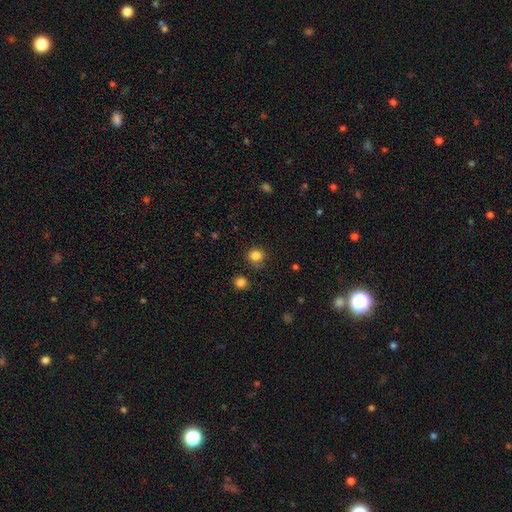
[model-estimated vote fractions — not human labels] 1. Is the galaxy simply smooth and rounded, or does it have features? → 83% smooth, 12% star or artifact, 4% featured or disk.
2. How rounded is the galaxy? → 83% round, 16% in between, 1% cigar-shaped.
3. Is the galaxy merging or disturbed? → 83% none, 11% minor disturbance, 3% merger, 3% major disturbance.